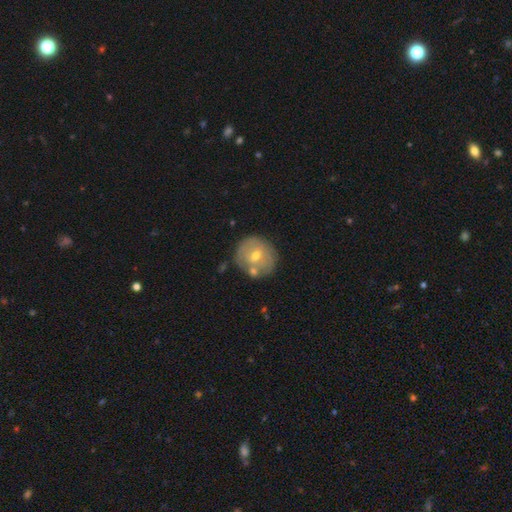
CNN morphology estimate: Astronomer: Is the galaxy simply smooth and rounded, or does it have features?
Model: smooth — 50% (runner-up: featured or disk, 42%).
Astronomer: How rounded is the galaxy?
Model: round — 89%.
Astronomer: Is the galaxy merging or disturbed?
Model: none — 68%.